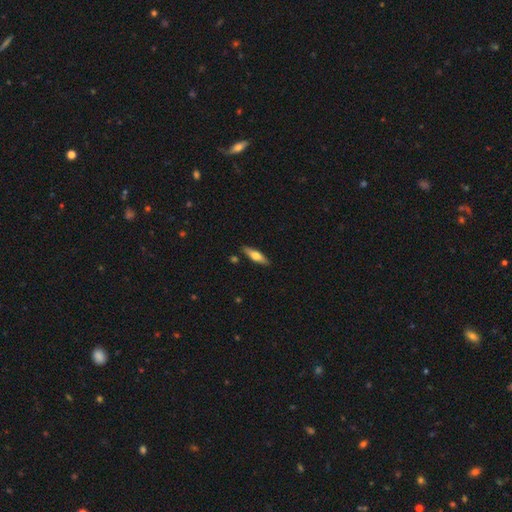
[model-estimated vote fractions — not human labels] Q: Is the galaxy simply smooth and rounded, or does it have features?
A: smooth — 53%.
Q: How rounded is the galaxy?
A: cigar-shaped — 64%.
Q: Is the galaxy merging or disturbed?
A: none — 87%.